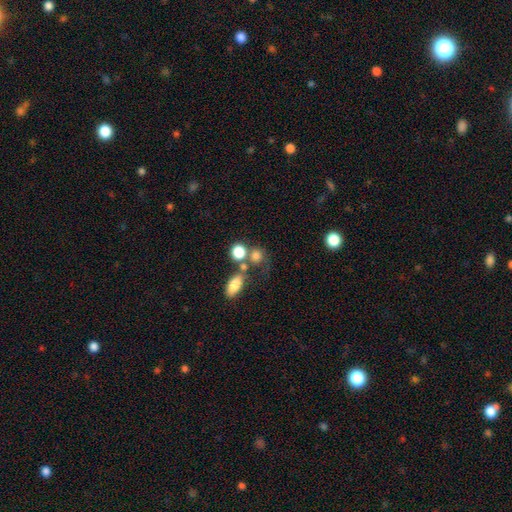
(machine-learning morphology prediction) Smooth or featured? Predicted: smooth (p=0.78). How rounded? Predicted: round (p=0.78). Merging? Predicted: none (p=0.49).